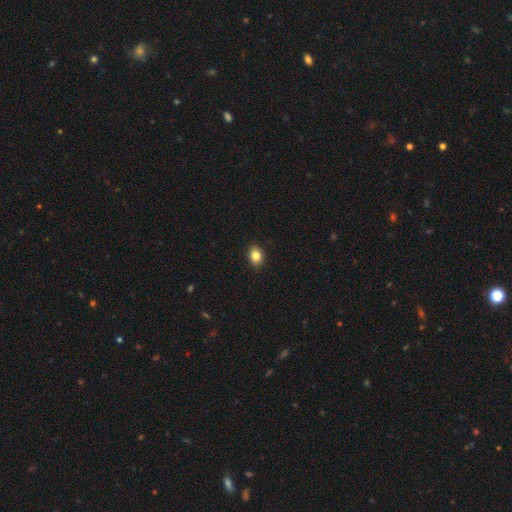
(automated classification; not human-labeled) This is clearly a smooth galaxy (85%). How rounded: likely in between (70%). Merging: clearly none (91%).